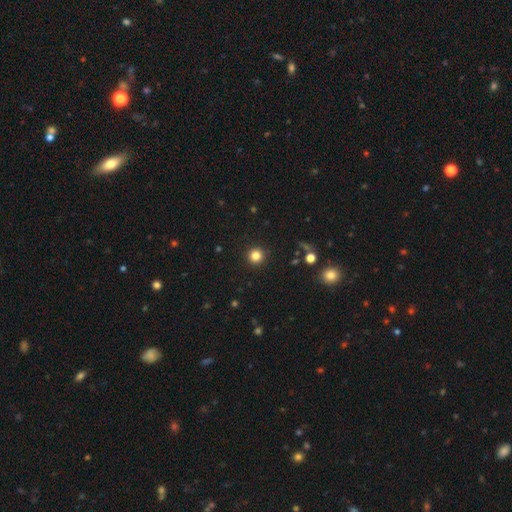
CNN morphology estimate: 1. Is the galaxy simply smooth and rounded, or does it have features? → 83% smooth, 12% star or artifact, 5% featured or disk.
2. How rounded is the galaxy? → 95% round, 4% in between, 1% cigar-shaped.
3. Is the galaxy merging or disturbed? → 93% none, 4% minor disturbance, 2% major disturbance, 1% merger.